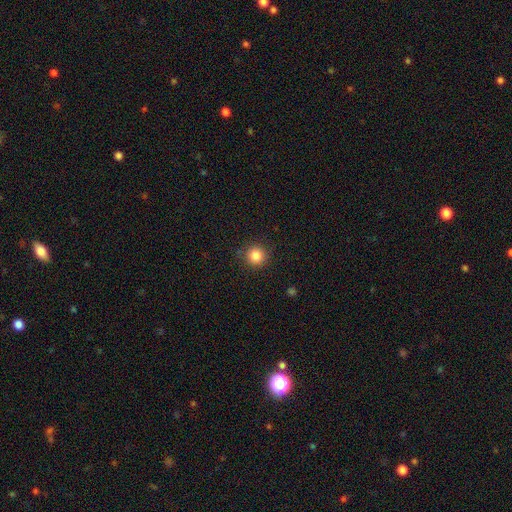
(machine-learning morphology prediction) A smooth galaxy with no disk features (85%) that is round (95%). Merging: none (89%).